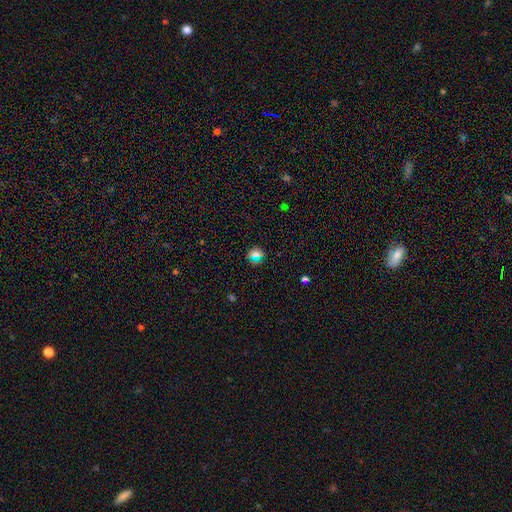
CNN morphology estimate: smooth 61%, star or artifact 25%, featured or disk 13%. Down the decision tree: how rounded — round (75%); merging — none (83%).